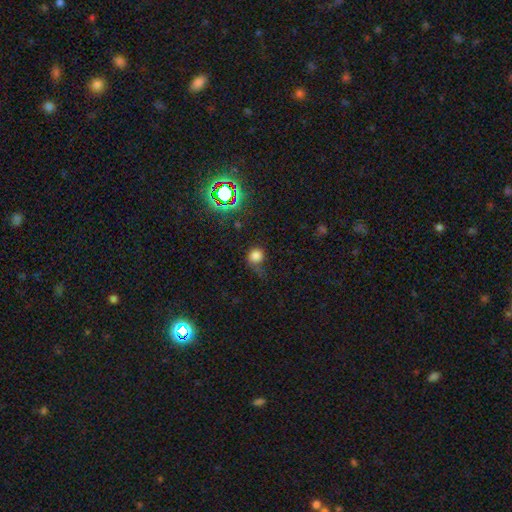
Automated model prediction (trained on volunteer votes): This appears to be a smooth galaxy with no disk features (76%) that is round (88%). Merging: none (56%).